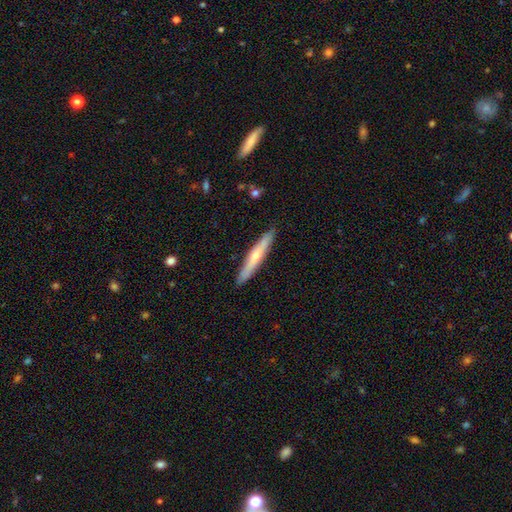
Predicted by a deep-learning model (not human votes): Overall: featured or disk (48%; smooth 46%). Merging: none (90%).